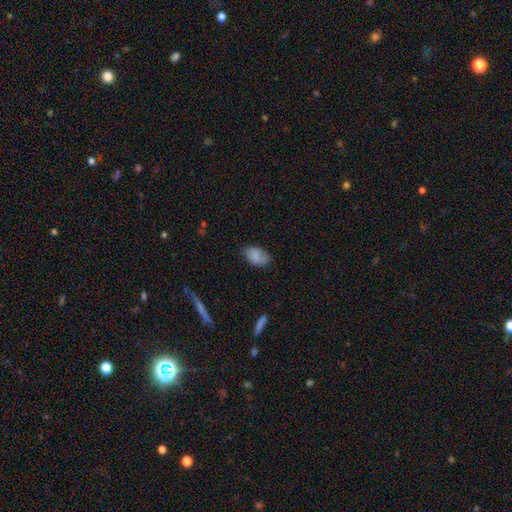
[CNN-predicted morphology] Smooth or featured? Predicted: smooth (p=0.82). How rounded? Predicted: in between (p=0.88). Merging? Predicted: none (p=0.70).